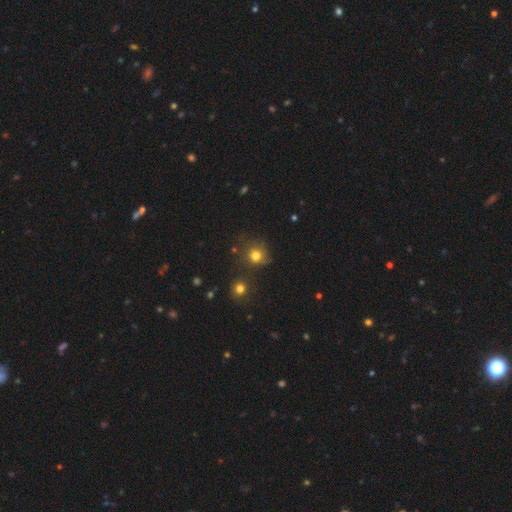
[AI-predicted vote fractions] A smooth galaxy with no disk features (75%) that is round (85%). Merging: none (67%).